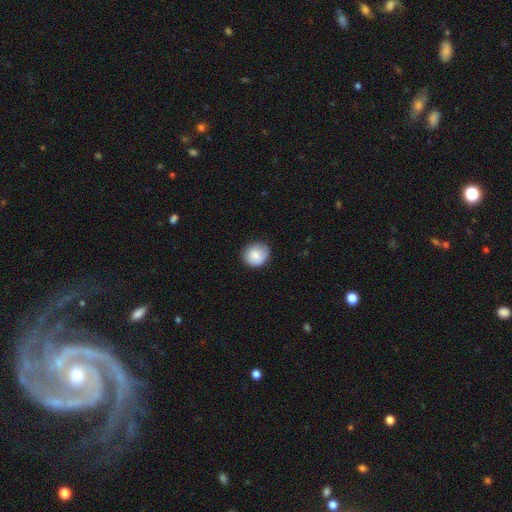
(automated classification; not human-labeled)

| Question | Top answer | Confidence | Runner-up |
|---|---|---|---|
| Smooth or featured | smooth | 85% | featured or disk (8%) |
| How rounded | round | 83% | in between (16%) |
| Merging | none | 77% | minor disturbance (18%) |